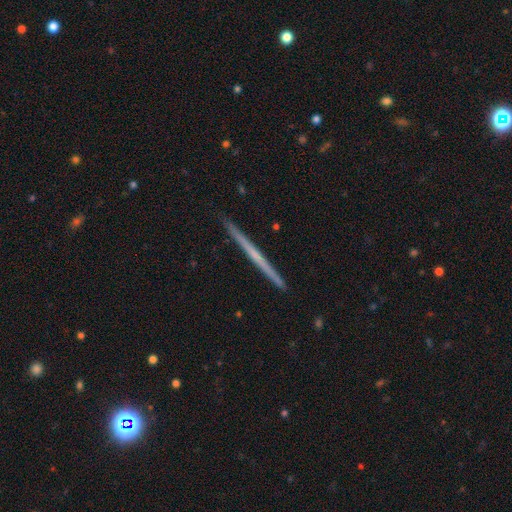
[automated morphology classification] Overall: featured or disk (63%; smooth 31%). Edge-on disk: yes (98%). Edge-on bulge: none (84%). Merging: none (93%).